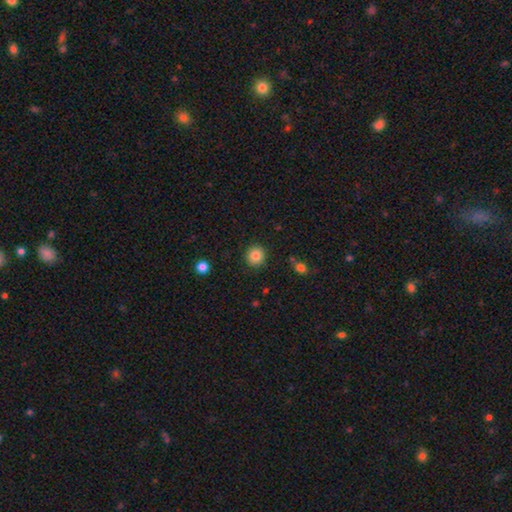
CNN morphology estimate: Smooth or featured? smooth (84%)
How rounded? round (90%)
Merging? none (90%)